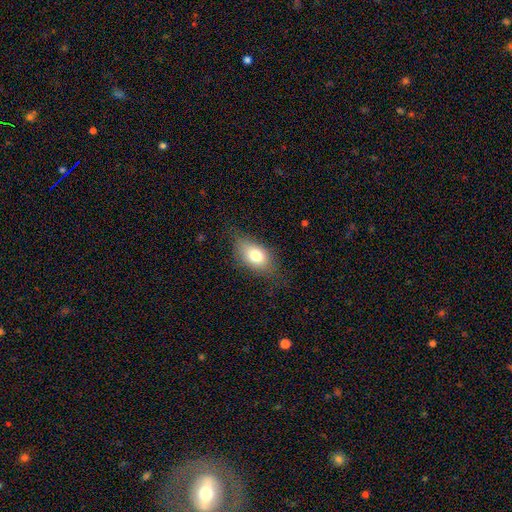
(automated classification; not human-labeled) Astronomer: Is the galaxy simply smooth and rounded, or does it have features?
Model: smooth — 75%.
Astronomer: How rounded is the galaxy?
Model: in between — 85%.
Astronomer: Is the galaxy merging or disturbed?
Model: none — 73%.